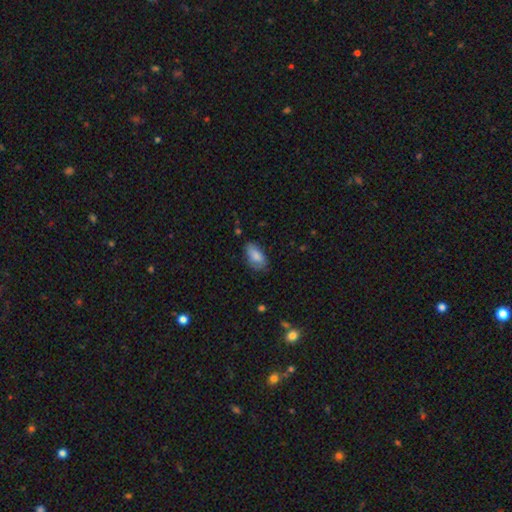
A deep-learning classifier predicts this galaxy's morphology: Smooth or featured? smooth (83%)
How rounded? in between (90%)
Merging? none (72%)